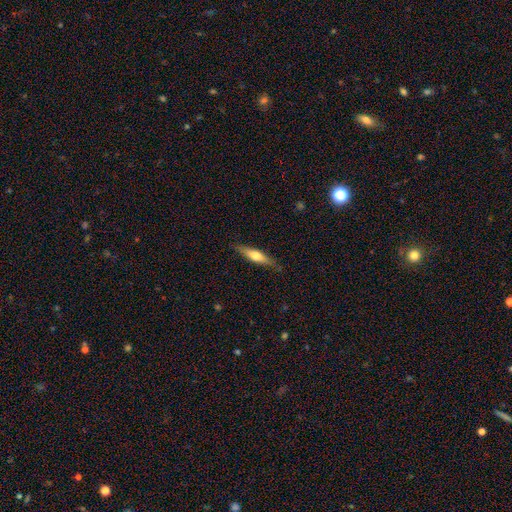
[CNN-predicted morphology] Smooth or featured? smooth (48%)
Merging? none (83%)